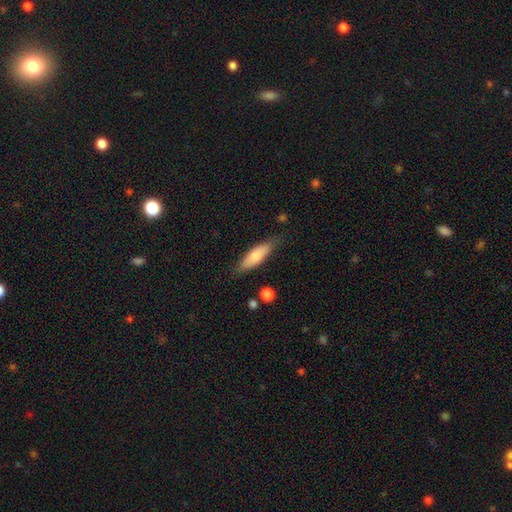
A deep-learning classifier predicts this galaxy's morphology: smooth_or_featured: smooth (p=0.71) [alt: featured or disk p=0.23]
how_rounded: in between (p=0.49) [tied with: cigar-shaped p=0.49]
merging: none (p=0.76) [alt: minor disturbance p=0.18]